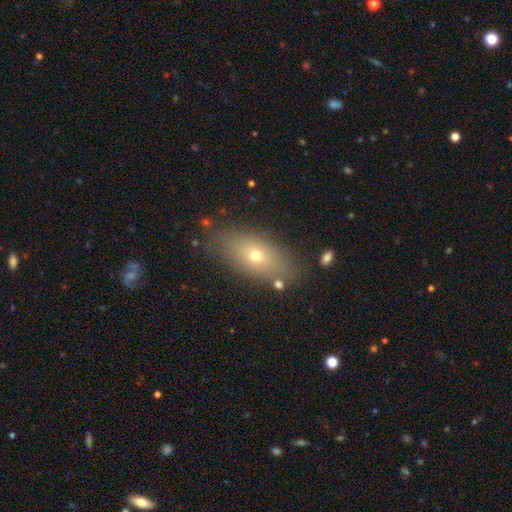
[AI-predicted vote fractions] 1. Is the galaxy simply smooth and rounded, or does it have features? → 64% smooth, 25% featured or disk, 11% star or artifact.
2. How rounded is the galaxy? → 79% in between, 12% cigar-shaped, 9% round.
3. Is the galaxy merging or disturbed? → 80% none, 12% minor disturbance, 5% major disturbance, 3% merger.